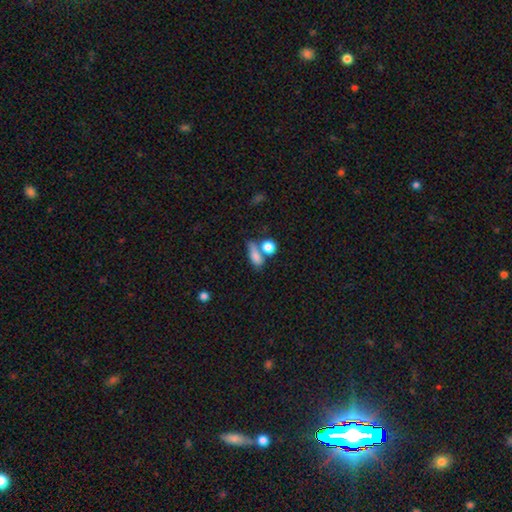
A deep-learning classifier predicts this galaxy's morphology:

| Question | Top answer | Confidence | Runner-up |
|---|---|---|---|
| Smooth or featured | smooth | 78% | featured or disk (12%) |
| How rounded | in between | 59% | cigar-shaped (21%) |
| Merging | none | 41% | merger (36%) |